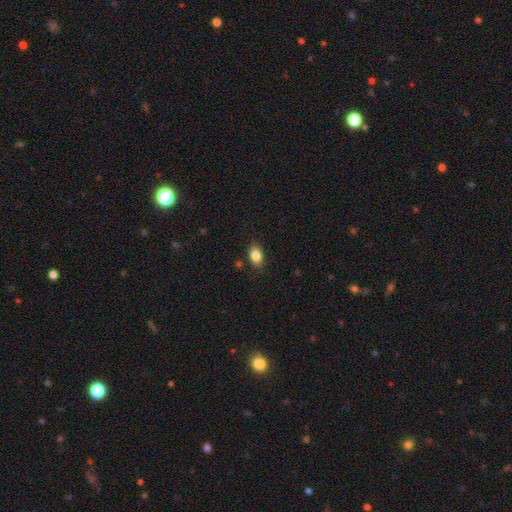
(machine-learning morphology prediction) smooth_or_featured: smooth (p=0.84) [alt: star or artifact p=0.09]
how_rounded: in between (p=0.81) [alt: round p=0.17]
merging: none (p=0.84) [alt: minor disturbance p=0.12]